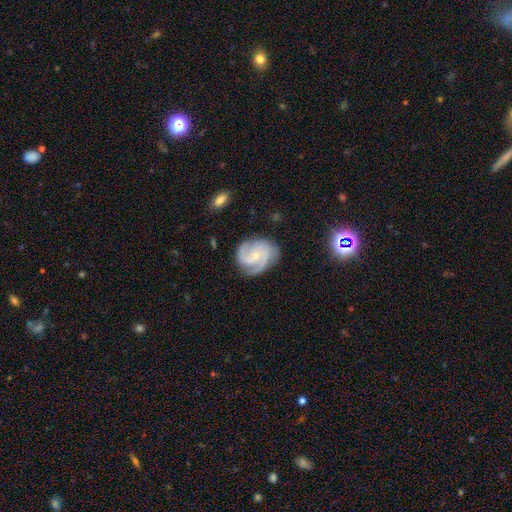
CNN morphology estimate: smooth_or_featured: featured or disk (p=0.88) [alt: smooth p=0.07]
disk_edge_on: no (p=0.98) [alt: yes p=0.02]
bar: no (p=0.62) [alt: weak p=0.31]
has_spiral_arms: yes (p=0.98) [alt: no p=0.02]
spiral_winding: medium (p=0.46) [alt: tight p=0.45]
spiral_arm_count: 3 (p=0.47) [alt: 2 p=0.33]
bulge_size: small (p=0.74) [alt: moderate p=0.21]
merging: none (p=0.75) [alt: minor disturbance p=0.17]